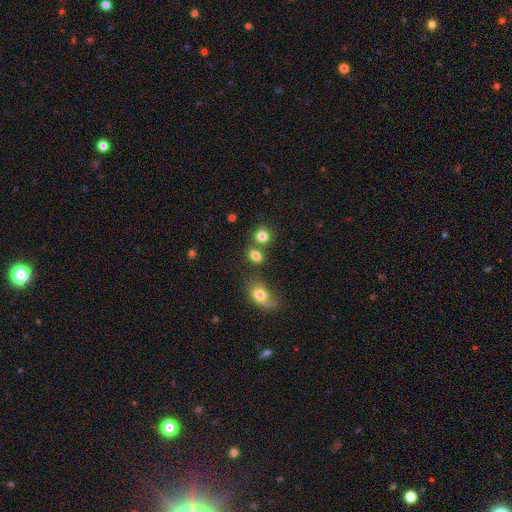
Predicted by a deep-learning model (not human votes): The model was most divided on "how rounded": round: 53%, in between: 45%, cigar-shaped: 2%. More confident: smooth or featured — smooth (80%); merging — none (57%).